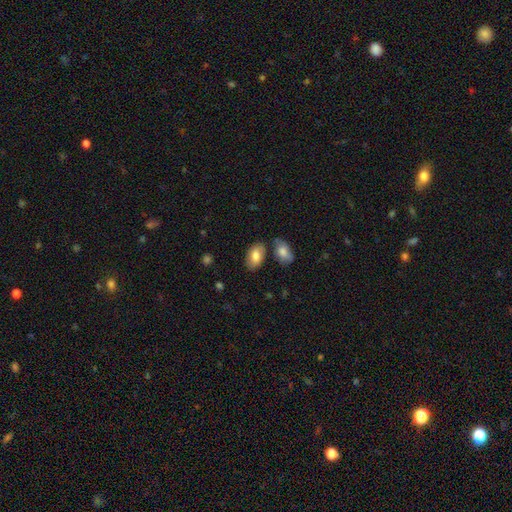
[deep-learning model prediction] A smooth galaxy with no disk features (79%) that is in between round and cigar-shaped (93%). Merging: none (72%).